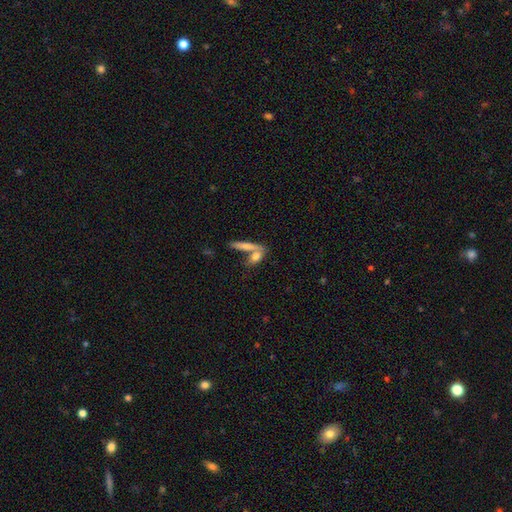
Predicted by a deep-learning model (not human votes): Smooth or featured? smooth (72%)
How rounded? in between (53%)
Merging? merger (43%)